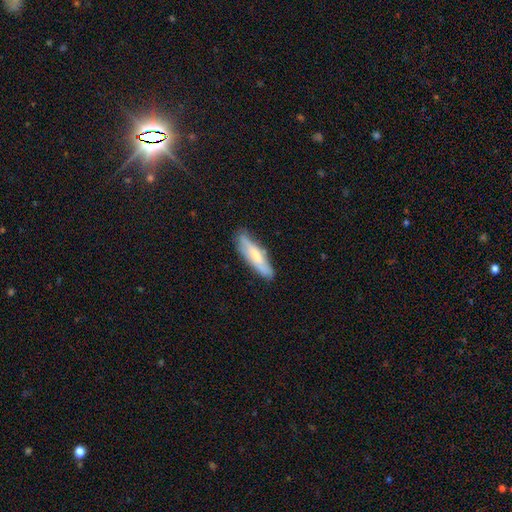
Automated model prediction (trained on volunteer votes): smooth-or-featured: smooth: 58% | featured or disk: 36% | star or artifact: 6%
  how-rounded: cigar-shaped: 71% | in between: 28% | round: 2%
  merging: none: 79% | minor disturbance: 16% | major disturbance: 3% | merger: 2%